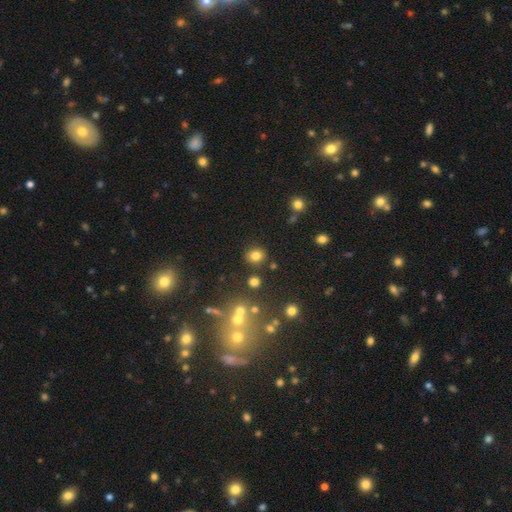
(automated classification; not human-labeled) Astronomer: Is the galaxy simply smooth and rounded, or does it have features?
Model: smooth — 79%.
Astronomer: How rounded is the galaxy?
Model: round — 73%.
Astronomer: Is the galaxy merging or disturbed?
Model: none — 85%.